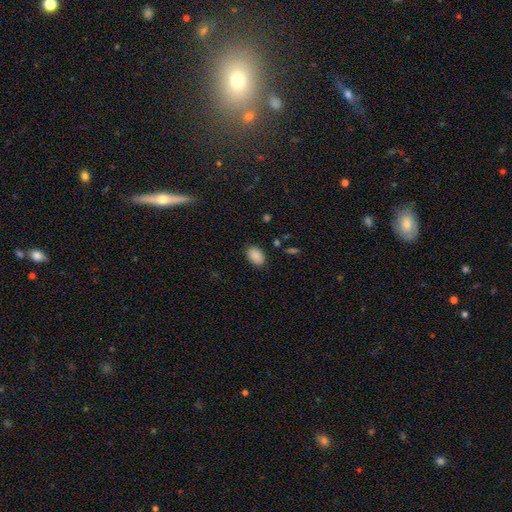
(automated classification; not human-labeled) Smooth or featured: smooth — 88% (star or artifact — 8%)
How rounded: in between — 85% (round — 13%)
Merging: none — 84% (minor disturbance — 11%)